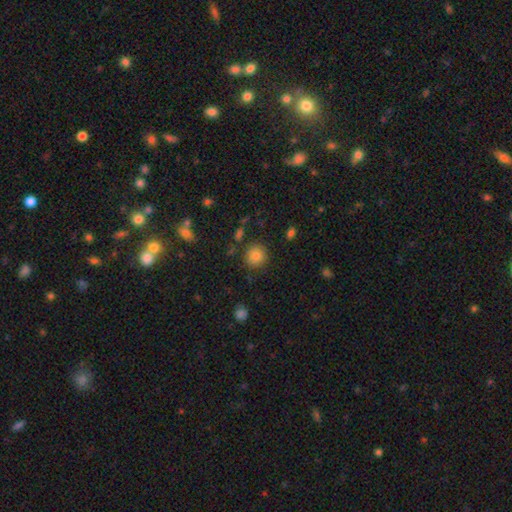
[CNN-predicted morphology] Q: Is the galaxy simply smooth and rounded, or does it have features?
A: smooth — 83%.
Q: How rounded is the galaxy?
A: round — 90%.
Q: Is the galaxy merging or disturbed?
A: none — 86%.